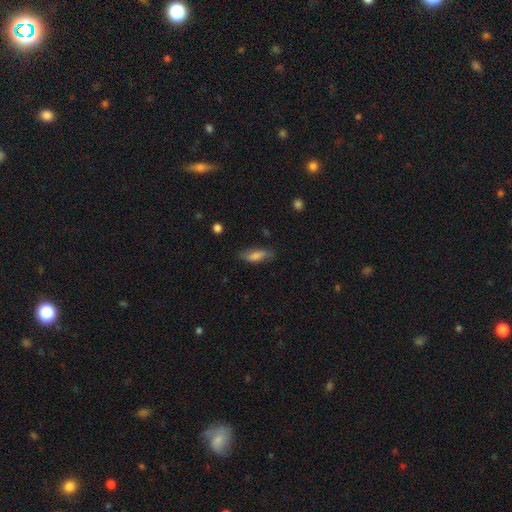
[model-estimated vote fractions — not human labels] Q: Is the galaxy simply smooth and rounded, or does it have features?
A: smooth — 70%.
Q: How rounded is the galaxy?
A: in between — 56%.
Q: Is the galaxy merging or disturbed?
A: none — 78%.